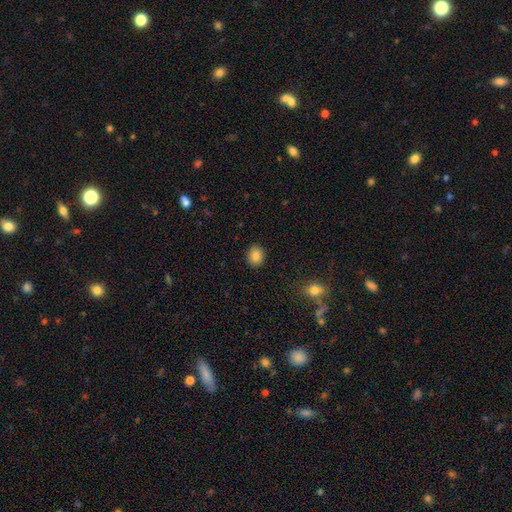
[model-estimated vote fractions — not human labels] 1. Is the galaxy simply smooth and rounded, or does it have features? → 85% smooth, 9% star or artifact, 6% featured or disk.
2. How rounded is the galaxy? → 60% round, 39% in between, 1% cigar-shaped.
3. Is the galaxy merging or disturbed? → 90% none, 7% minor disturbance, 2% major disturbance, 1% merger.